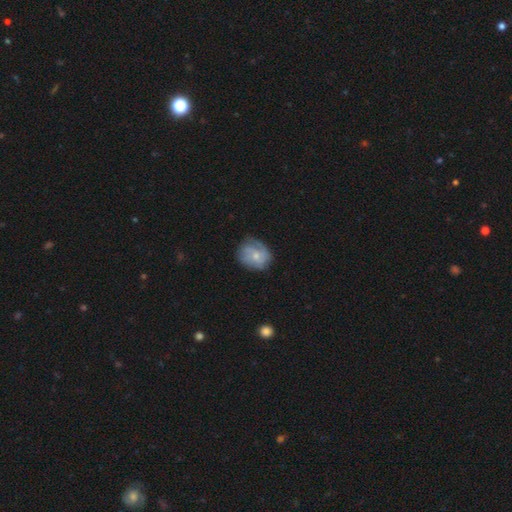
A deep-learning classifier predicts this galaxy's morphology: Smooth or featured?
  - featured or disk: 50% *
  - smooth: 43%
  - star or artifact: 7%
Edge-on disk?
  - no: 97% *
  - yes: 3%
Merging?
  - none: 61% *
  - minor disturbance: 27%
  - major disturbance: 10%
  - merger: 2%